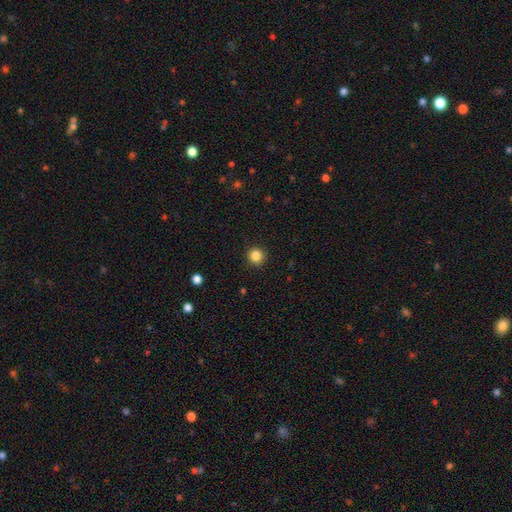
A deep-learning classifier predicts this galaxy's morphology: Smooth or featured: smooth — 85% (star or artifact — 11%)
How rounded: round — 94% (in between — 5%)
Merging: none — 92% (minor disturbance — 6%)